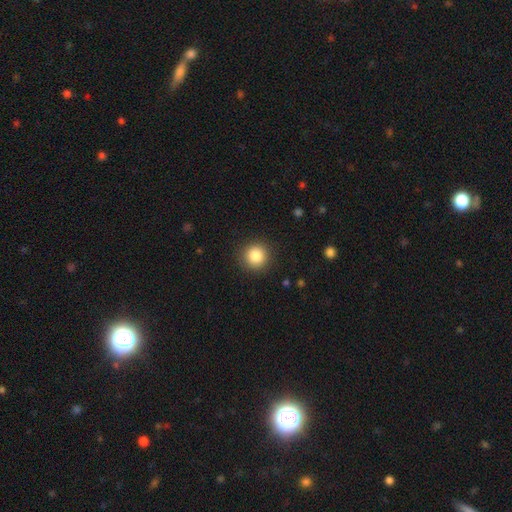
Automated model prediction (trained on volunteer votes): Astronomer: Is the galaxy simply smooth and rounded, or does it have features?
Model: smooth — 85%.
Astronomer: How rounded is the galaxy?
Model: round — 94%.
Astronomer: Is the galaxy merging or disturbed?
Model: none — 90%.